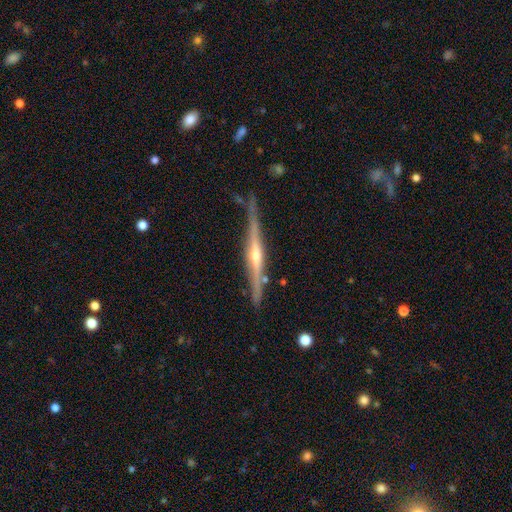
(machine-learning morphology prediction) Q: Smooth or featured?
A: featured or disk (83%); runner-up: smooth (12%)
Q: Edge-on disk?
A: yes (98%); runner-up: no (2%)
Q: Edge-on bulge?
A: rounded (82%); runner-up: none (12%)
Q: Merging?
A: none (82%); runner-up: minor disturbance (13%)